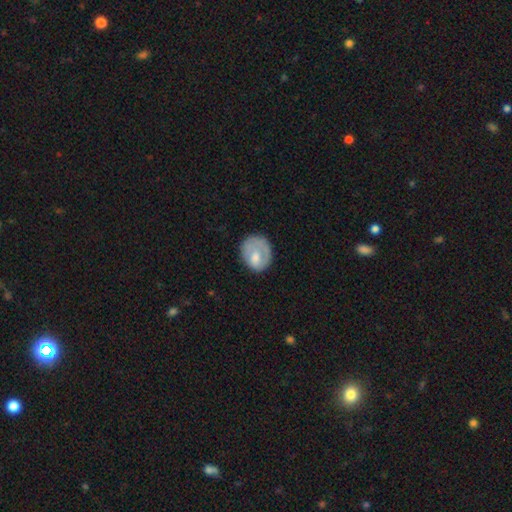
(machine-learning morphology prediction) Smooth or featured: smooth — 60% (featured or disk — 34%)
How rounded: round — 57% (in between — 42%)
Merging: none — 53% (minor disturbance — 27%)